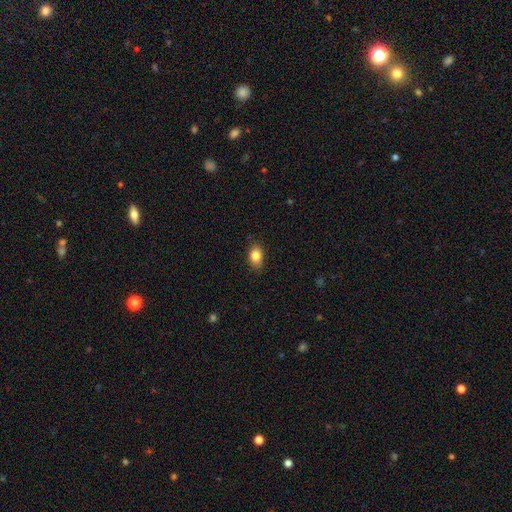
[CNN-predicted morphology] Q: Smooth or featured?
A: smooth (84%); runner-up: star or artifact (8%)
Q: How rounded?
A: in between (83%); runner-up: round (15%)
Q: Merging?
A: none (83%); runner-up: minor disturbance (13%)